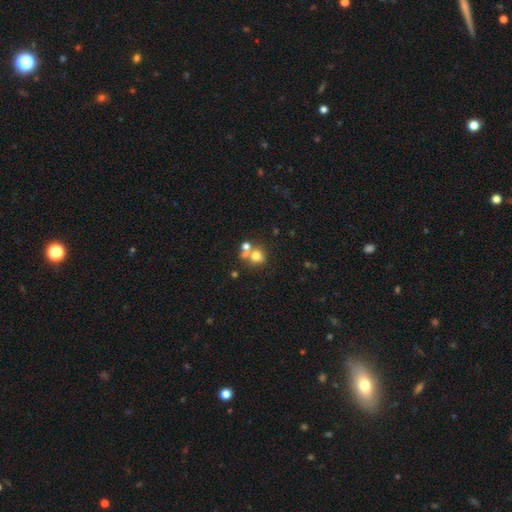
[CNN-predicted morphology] Smooth or featured? smooth (68%)
How rounded? round (68%)
Merging? merger (44%)